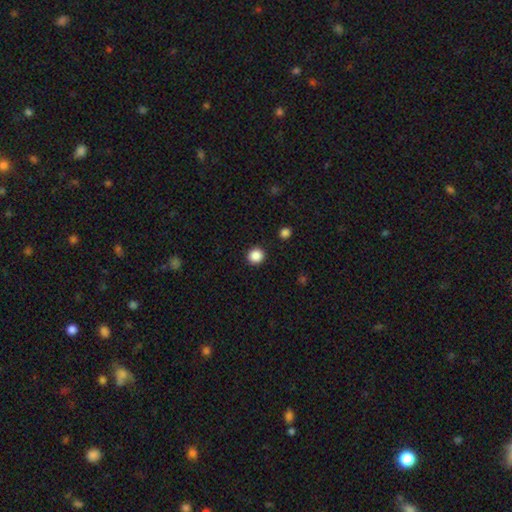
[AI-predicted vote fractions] A smooth galaxy with no disk features (87%) that is round (93%).

Vote fractions:
- Smooth or featured? smooth: 87% / star or artifact: 10% / featured or disk: 3%
- How rounded? round: 93% / in between: 7% / cigar-shaped: 1%
- Merging? none: 92% / minor disturbance: 5% / major disturbance: 2% / merger: 1%